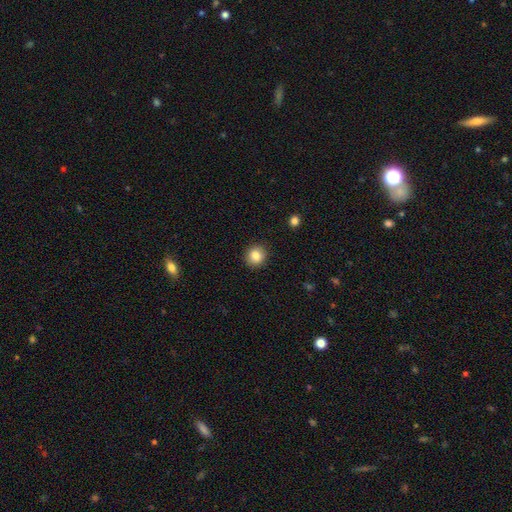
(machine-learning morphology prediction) smooth-or-featured: smooth: 84% | star or artifact: 10% | featured or disk: 6%
  how-rounded: round: 88% | in between: 11% | cigar-shaped: 1%
  merging: none: 91% | minor disturbance: 6% | major disturbance: 2% | merger: 1%